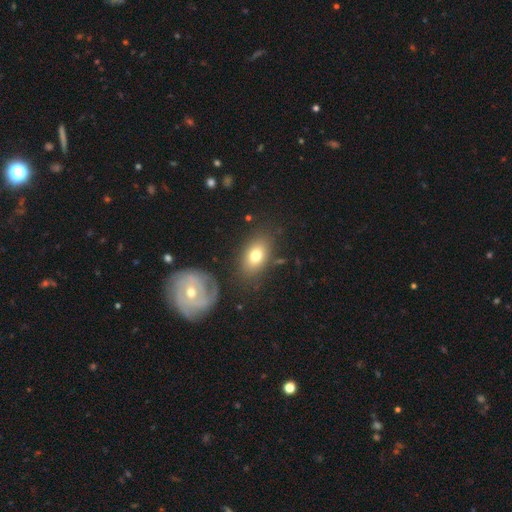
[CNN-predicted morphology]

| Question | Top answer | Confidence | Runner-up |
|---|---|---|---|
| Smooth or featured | smooth | 74% | featured or disk (17%) |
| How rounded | in between | 84% | round (14%) |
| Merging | none | 77% | minor disturbance (14%) |